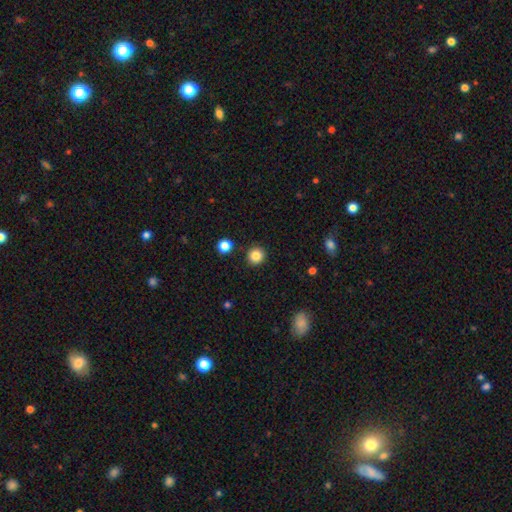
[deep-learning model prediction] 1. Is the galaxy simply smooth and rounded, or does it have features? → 86% smooth, 10% star or artifact, 4% featured or disk.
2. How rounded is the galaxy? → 92% round, 7% in between, 1% cigar-shaped.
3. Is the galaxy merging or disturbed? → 91% none, 5% minor disturbance, 2% merger, 2% major disturbance.